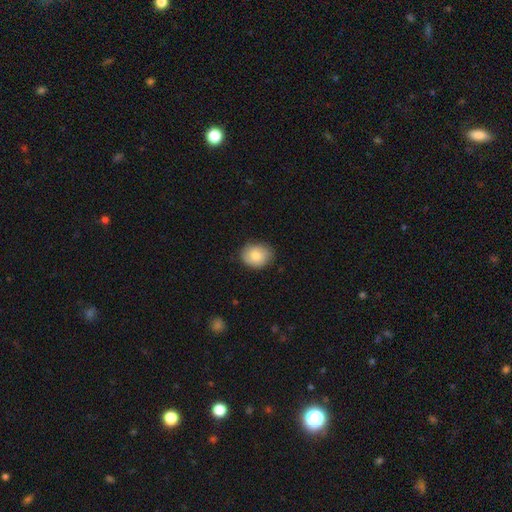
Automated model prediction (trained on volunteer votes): Smooth or featured: smooth — 80% (featured or disk — 13%)
How rounded: round — 59% (in between — 40%)
Merging: none — 81% (minor disturbance — 15%)